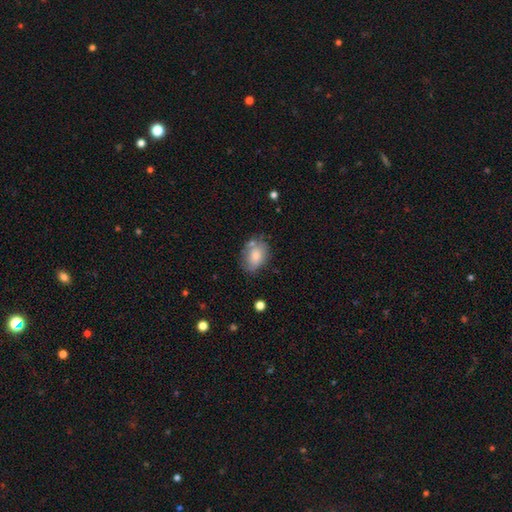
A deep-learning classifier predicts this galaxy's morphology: smooth 77%, featured or disk 15%, star or artifact 7%. Down the decision tree: how rounded — in between (80%); merging — none (62%).